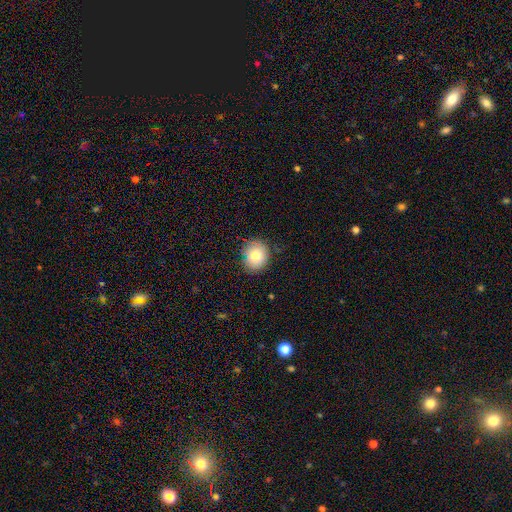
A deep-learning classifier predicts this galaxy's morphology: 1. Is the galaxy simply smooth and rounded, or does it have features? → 78% smooth, 12% featured or disk, 10% star or artifact.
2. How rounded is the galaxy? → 75% round, 25% in between, 1% cigar-shaped.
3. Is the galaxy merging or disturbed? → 84% none, 13% minor disturbance, 3% major disturbance, 1% merger.